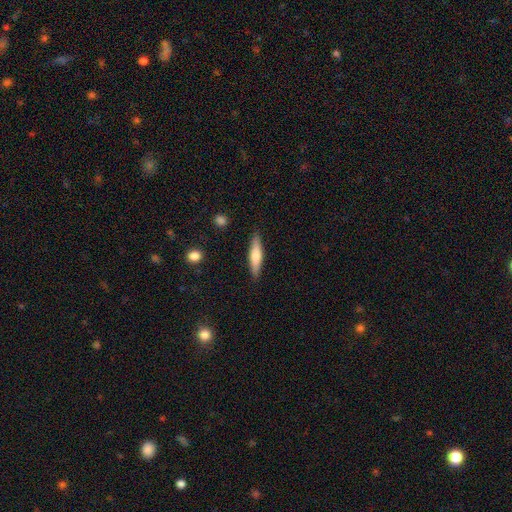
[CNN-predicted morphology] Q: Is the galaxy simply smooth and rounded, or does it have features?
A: smooth — 61%.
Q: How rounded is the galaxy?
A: cigar-shaped — 80%.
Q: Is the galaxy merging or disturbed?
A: none — 88%.